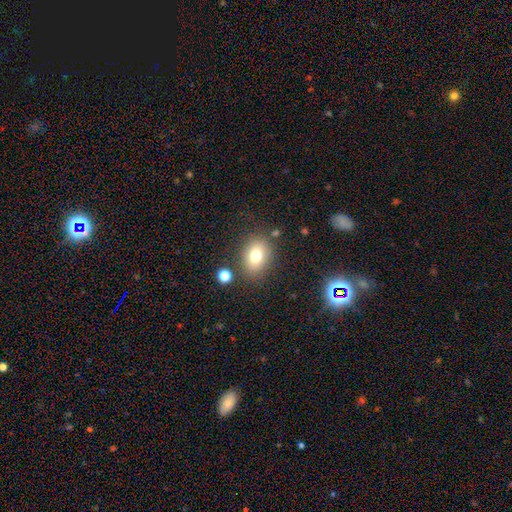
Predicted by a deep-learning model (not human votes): Smooth or featured?
  - smooth: 76% *
  - featured or disk: 12%
  - star or artifact: 12%
How rounded?
  - in between: 63% *
  - round: 36%
  - cigar-shaped: 1%
Merging?
  - none: 79% *
  - minor disturbance: 12%
  - merger: 5%
  - major disturbance: 4%